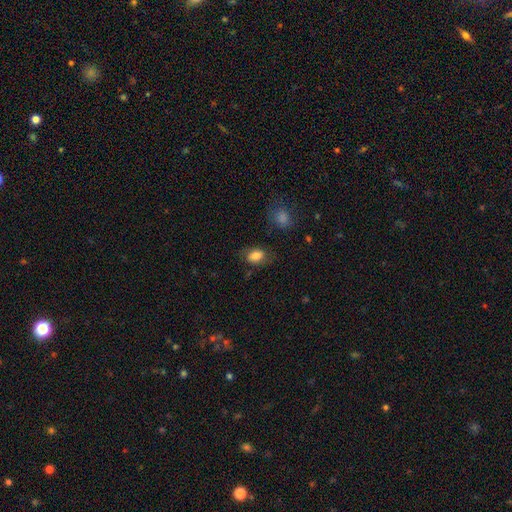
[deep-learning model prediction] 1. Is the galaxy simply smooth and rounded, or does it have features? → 81% smooth, 10% featured or disk, 9% star or artifact.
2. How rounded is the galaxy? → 82% in between, 17% round, 1% cigar-shaped.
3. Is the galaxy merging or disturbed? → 73% none, 18% minor disturbance, 6% major disturbance, 3% merger.